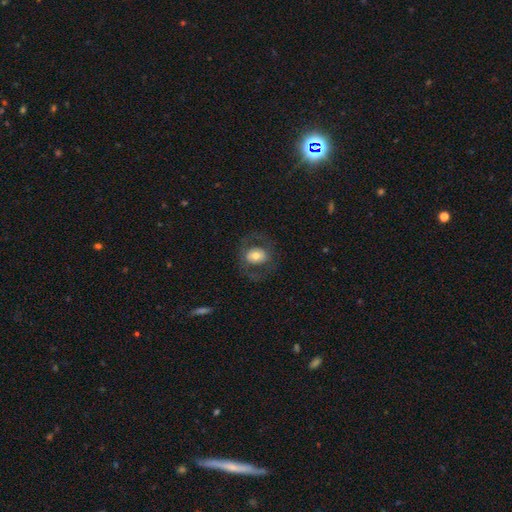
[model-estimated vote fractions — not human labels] A smooth galaxy with no disk features (56%) that is round (57%). Merging: none (71%).